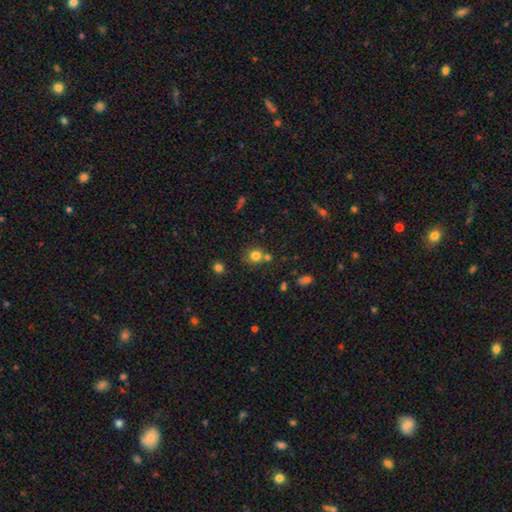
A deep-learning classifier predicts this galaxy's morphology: type=smooth (78%); roundness=round (87%); merging=none (63%).